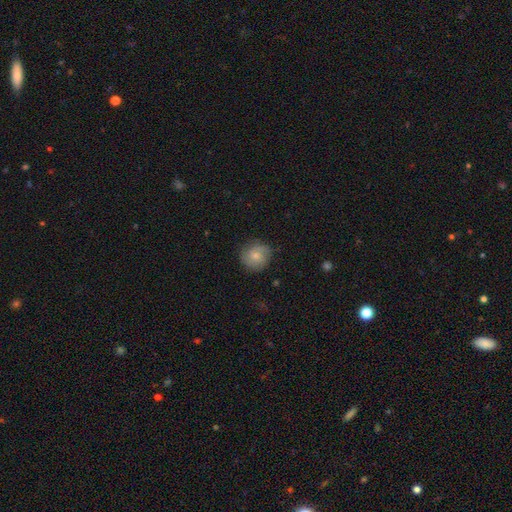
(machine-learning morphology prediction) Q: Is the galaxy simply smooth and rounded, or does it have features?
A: smooth — 59%.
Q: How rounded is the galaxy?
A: round — 88%.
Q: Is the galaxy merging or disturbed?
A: none — 79%.